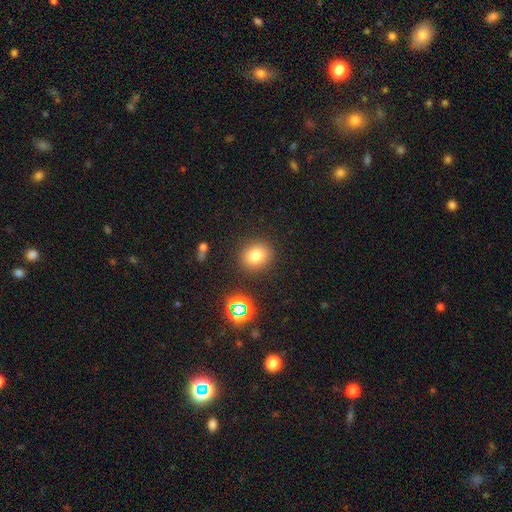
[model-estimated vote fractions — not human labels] smooth 77%, star or artifact 15%, featured or disk 8%. Down the decision tree: how rounded — round (76%); merging — none (87%).